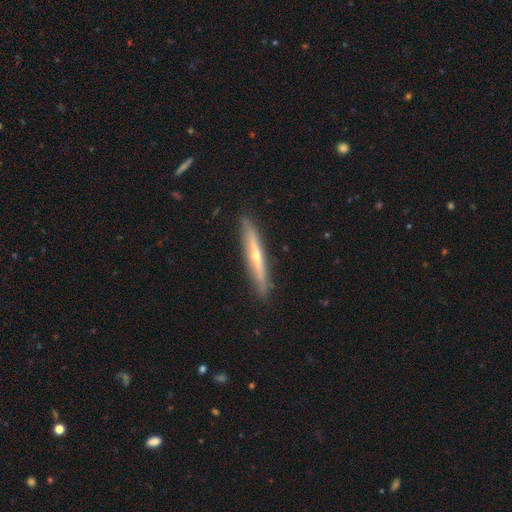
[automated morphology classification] A featured or disk galaxy (67%) viewed edge-on (93%) with a rounded central bulge (77%).

Vote fractions:
- Smooth or featured? featured or disk: 67% / smooth: 27% / star or artifact: 6%
- Edge-on disk? yes: 93% / no: 7%
- Edge-on bulge? rounded: 77% / none: 20% / boxy: 2%
- Merging? none: 88% / minor disturbance: 9% / major disturbance: 2% / merger: 1%